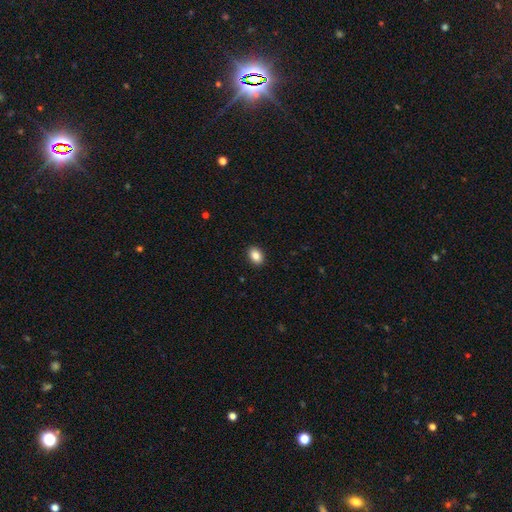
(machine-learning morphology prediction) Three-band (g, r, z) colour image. It shows a smooth galaxy with no disk features (87%) that is in between round and cigar-shaped (75%). Merging: none (91%).